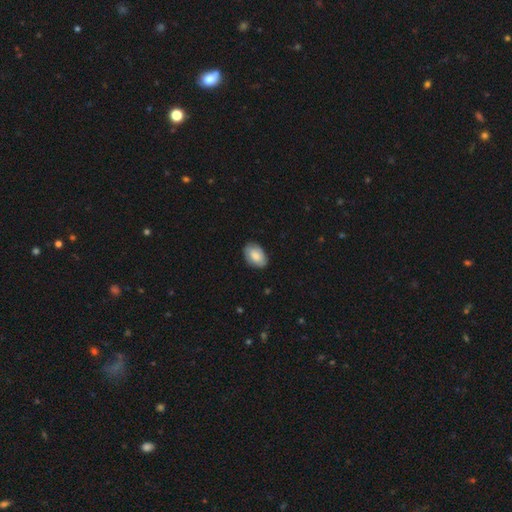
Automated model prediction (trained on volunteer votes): smooth-or-featured: smooth: 75% | featured or disk: 19% | star or artifact: 6%
  how-rounded: in between: 91% | round: 8% | cigar-shaped: 1%
  merging: none: 82% | minor disturbance: 15% | major disturbance: 3% | merger: 1%